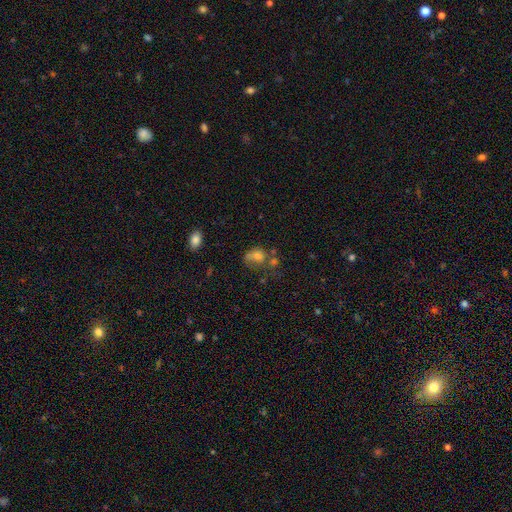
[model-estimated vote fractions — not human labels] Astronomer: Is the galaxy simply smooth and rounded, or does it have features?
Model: smooth — 63%.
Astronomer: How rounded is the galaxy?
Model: in between — 55% (runner-up: round, 43%).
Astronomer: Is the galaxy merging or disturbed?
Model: none — 35% (runner-up: merger, 24%).